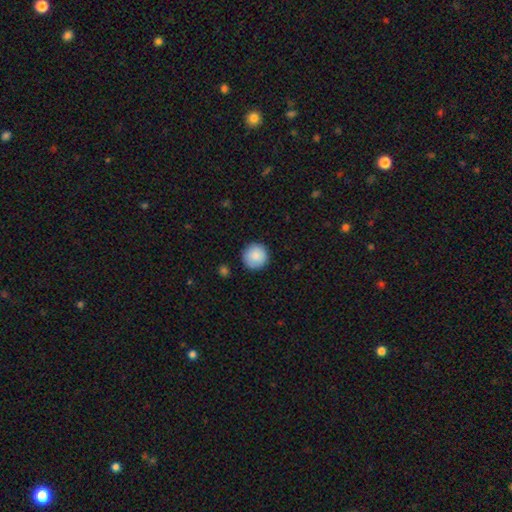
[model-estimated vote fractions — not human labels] Smooth or featured? smooth (88%)
How rounded? round (96%)
Merging? none (90%)